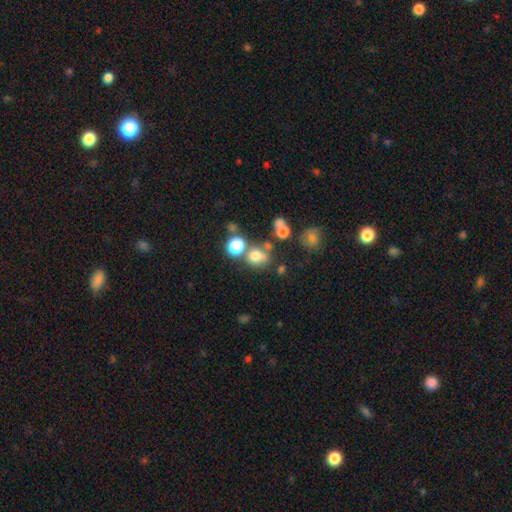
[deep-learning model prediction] Smooth or featured: smooth — 70% (star or artifact — 20%)
How rounded: round — 70% (in between — 29%)
Merging: none — 50% (merger — 29%)